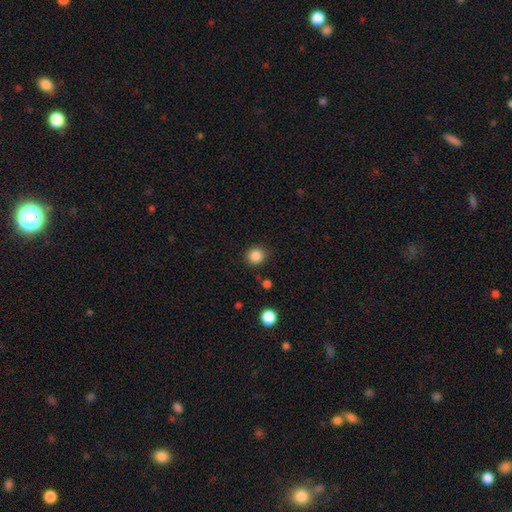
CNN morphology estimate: smooth_or_featured: smooth (p=0.86) [alt: star or artifact p=0.11]
how_rounded: round (p=0.89) [alt: in between p=0.10]
merging: none (p=0.84) [alt: minor disturbance p=0.11]